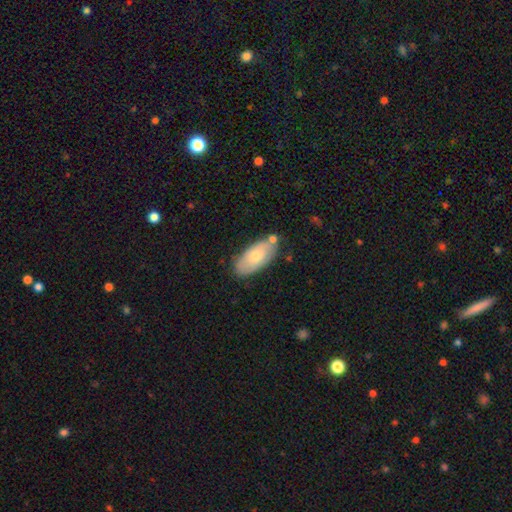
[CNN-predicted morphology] smooth 64%, featured or disk 30%, star or artifact 6%. Down the decision tree: how rounded — in between (90%); merging — none (69%).